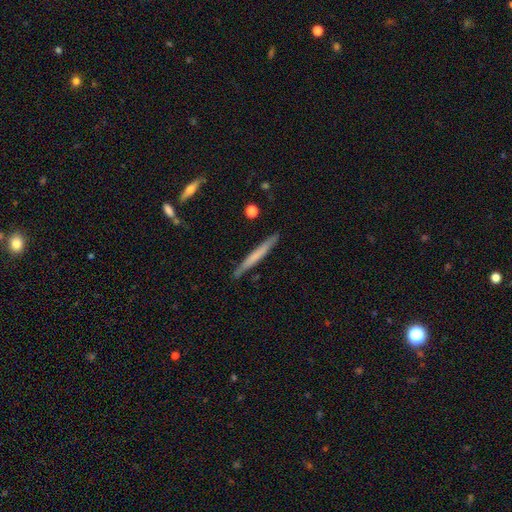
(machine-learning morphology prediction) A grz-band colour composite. It shows a smooth galaxy with no disk features (55%) that is cigar-shaped (97%). Merging: none (88%).